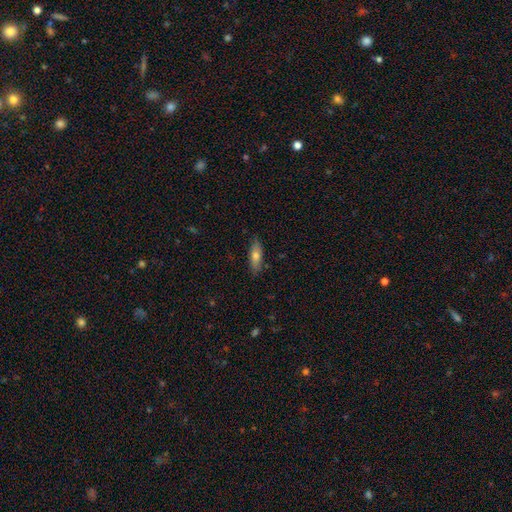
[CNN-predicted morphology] Overall: smooth (70%). How rounded: in between (61%; cigar-shaped 37%). Merging: none (83%).